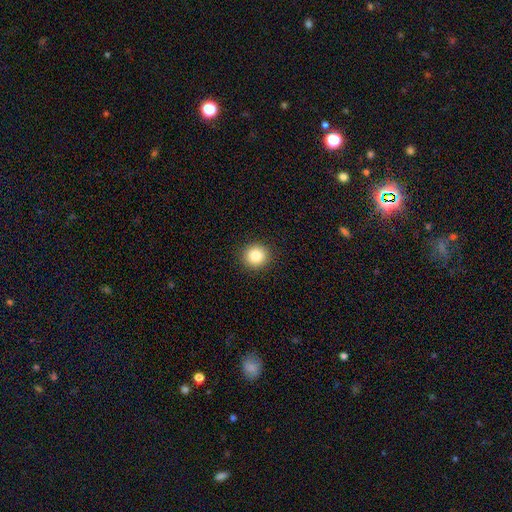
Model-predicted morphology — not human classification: This appears to be a smooth galaxy with no disk features (85%) that is round (90%). Merging: none (92%).